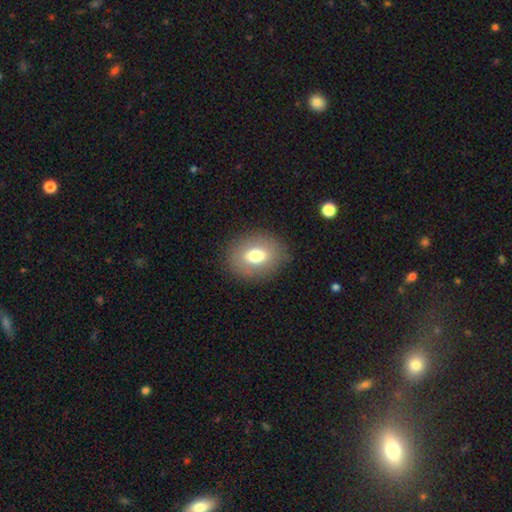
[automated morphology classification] This is likely a smooth galaxy (70%). How rounded: possibly in between (59%). Merging: clearly none (86%).